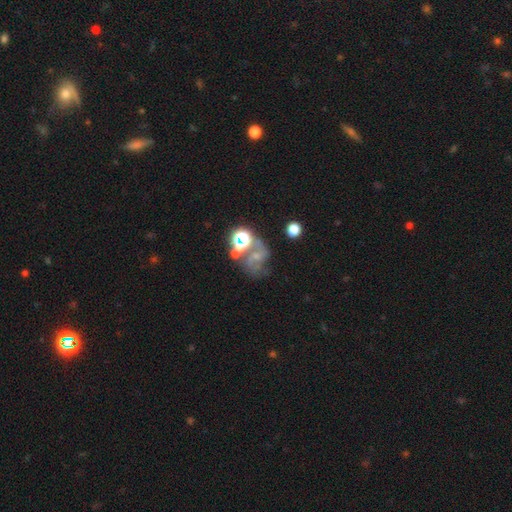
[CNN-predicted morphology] A featured or disk galaxy (49%).

Vote fractions:
- Smooth or featured? featured or disk: 49% / star or artifact: 29% / smooth: 22%
- Merging? none: 39% / major disturbance: 24% / merger: 20% / minor disturbance: 17%